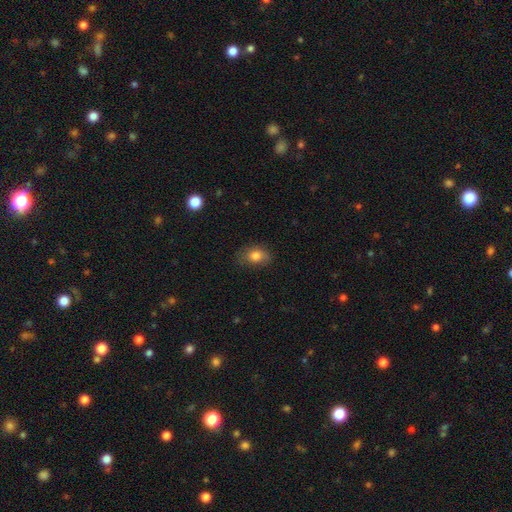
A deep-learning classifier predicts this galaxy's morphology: smooth 79%, featured or disk 12%, star or artifact 9%. Down the decision tree: how rounded — in between (74%); merging — none (66%).